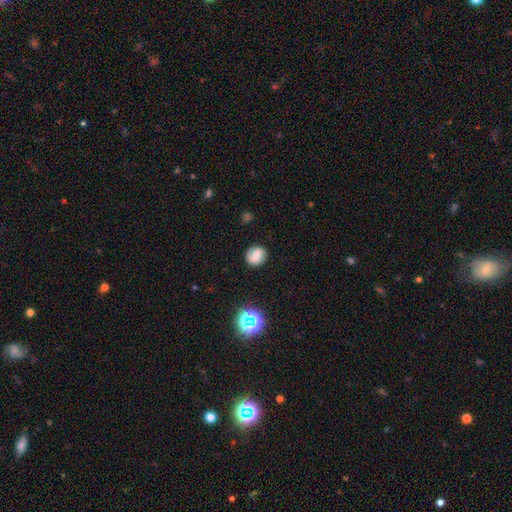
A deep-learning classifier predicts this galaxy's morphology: This is likely a smooth galaxy (61%). How rounded: likely round (77%). Merging: clearly none (86%).